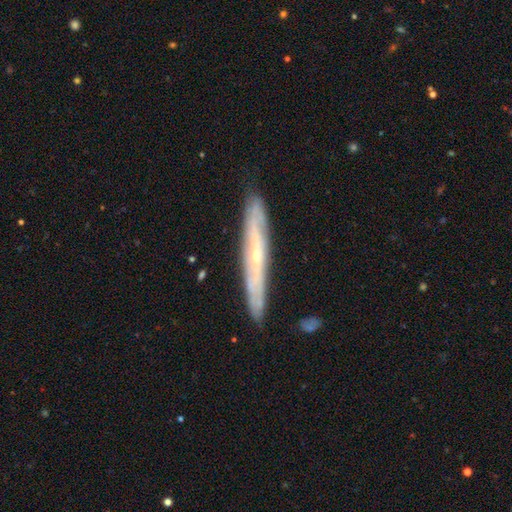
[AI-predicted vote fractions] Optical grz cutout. It shows a featured or disk galaxy (70%) viewed edge-on (78%) with a rounded central bulge (61%). Merging: none (87%).